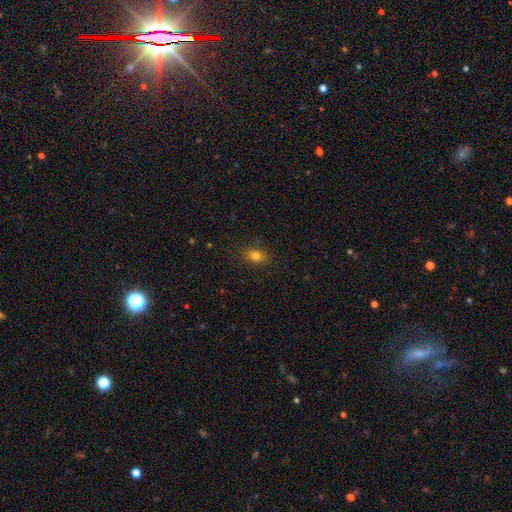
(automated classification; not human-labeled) A smooth galaxy with no disk features (79%) that is in between round and cigar-shaped (75%). Merging: none (86%).